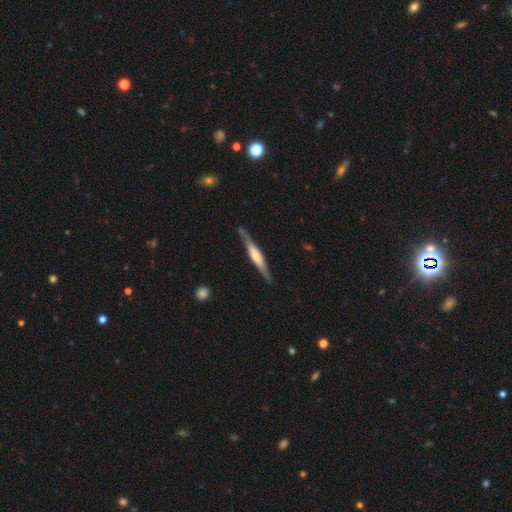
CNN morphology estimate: A featured or disk galaxy (64%) viewed edge-on (94%) with a rounded central bulge (44%). Merging: none (82%).